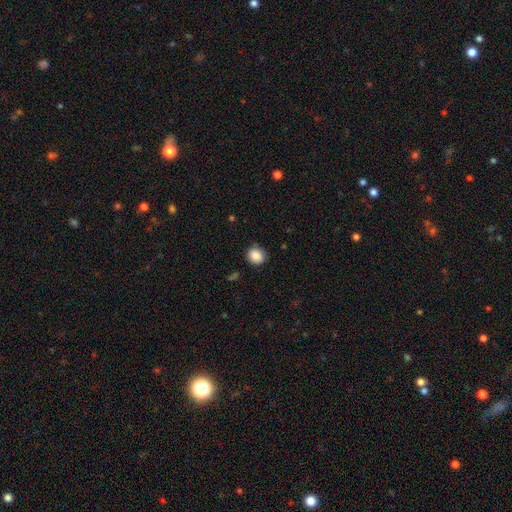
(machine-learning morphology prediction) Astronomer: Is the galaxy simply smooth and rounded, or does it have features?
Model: smooth — 87%.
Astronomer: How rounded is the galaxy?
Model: round — 69%.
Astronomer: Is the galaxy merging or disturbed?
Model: none — 82%.